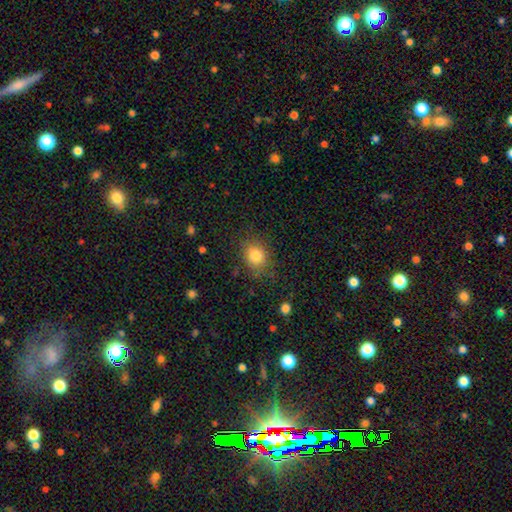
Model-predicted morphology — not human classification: smooth-or-featured: smooth: 82% | star or artifact: 11% | featured or disk: 8%
  how-rounded: round: 60% | in between: 39% | cigar-shaped: 1%
  merging: none: 78% | minor disturbance: 16% | major disturbance: 5% | merger: 2%